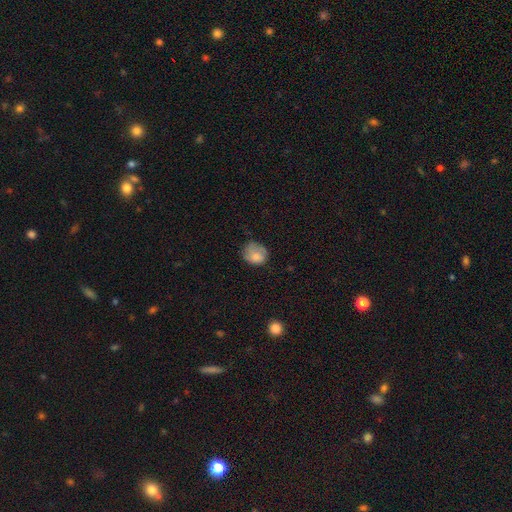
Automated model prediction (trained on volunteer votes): smooth-or-featured: smooth: 77% | featured or disk: 14% | star or artifact: 9%
  how-rounded: round: 61% | in between: 39% | cigar-shaped: 1%
  merging: none: 52% | minor disturbance: 32% | major disturbance: 15% | merger: 2%